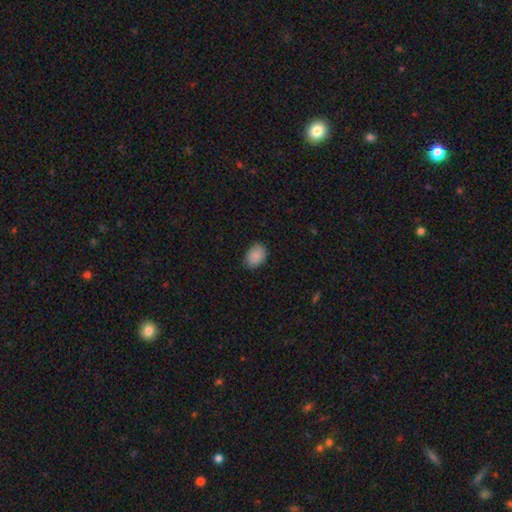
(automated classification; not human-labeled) smooth 89%, star or artifact 8%, featured or disk 4%. Down the decision tree: how rounded — in between (69%); merging — none (81%).